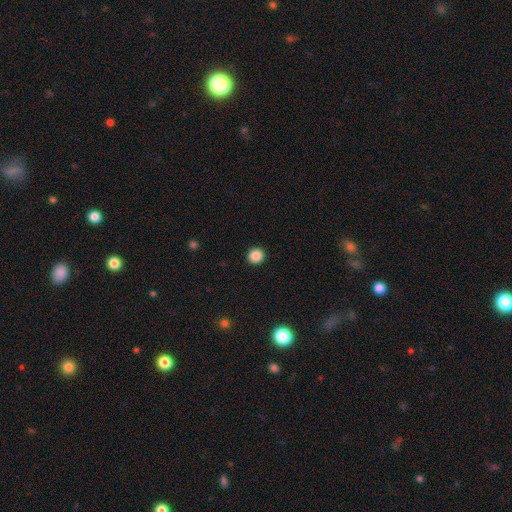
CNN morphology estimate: Smooth or featured?
  - smooth: 87% *
  - star or artifact: 10%
  - featured or disk: 3%
How rounded?
  - round: 94% *
  - in between: 5%
  - cigar-shaped: 1%
Merging?
  - none: 93% *
  - minor disturbance: 4%
  - major disturbance: 2%
  - merger: 1%